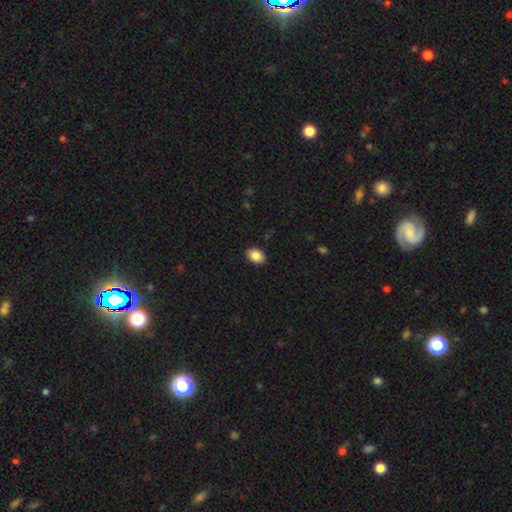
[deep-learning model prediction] A smooth galaxy with no disk features (87%) that is in between round and cigar-shaped (82%). Merging: none (89%).